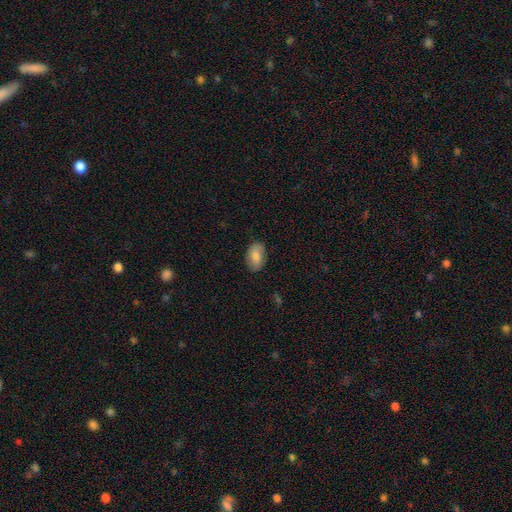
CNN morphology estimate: Q: Smooth or featured?
A: smooth (81%); runner-up: featured or disk (12%)
Q: How rounded?
A: in between (89%); runner-up: round (9%)
Q: Merging?
A: none (81%); runner-up: minor disturbance (15%)